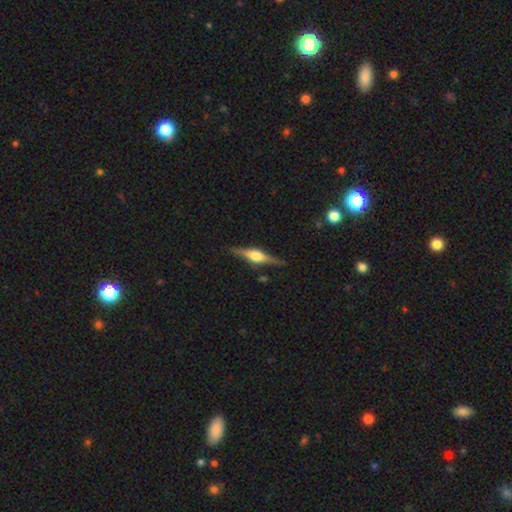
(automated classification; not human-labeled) This appears to be a featured or disk galaxy (75%) viewed edge-on (97%) with a rounded central bulge (87%). Merging: none (86%).